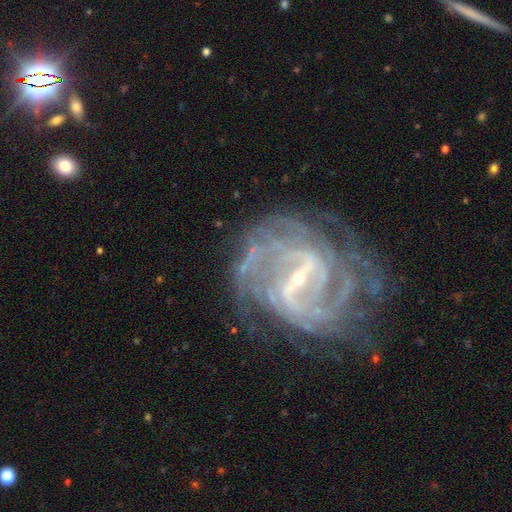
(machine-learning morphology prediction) type=featured or disk (91%); edge-on=no (97%); bar=strong (60%); spiral arms=yes (97%); winding=tight (52%); arm count=can't tell (25%); bulge=small (84%); merging=none (64%).